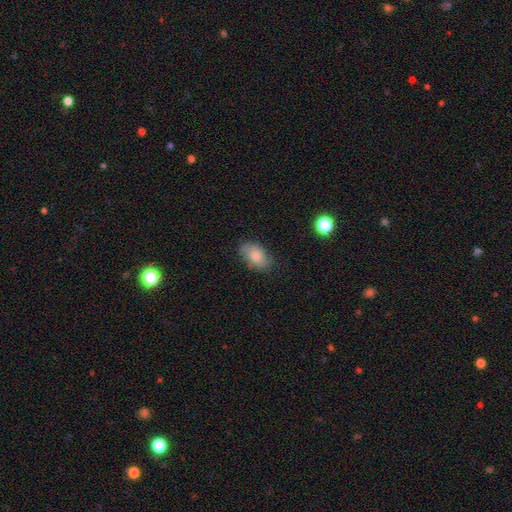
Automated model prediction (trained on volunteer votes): Smooth or featured? Predicted: smooth (p=0.77). How rounded? Predicted: in between (p=0.88). Merging? Predicted: none (p=0.74).